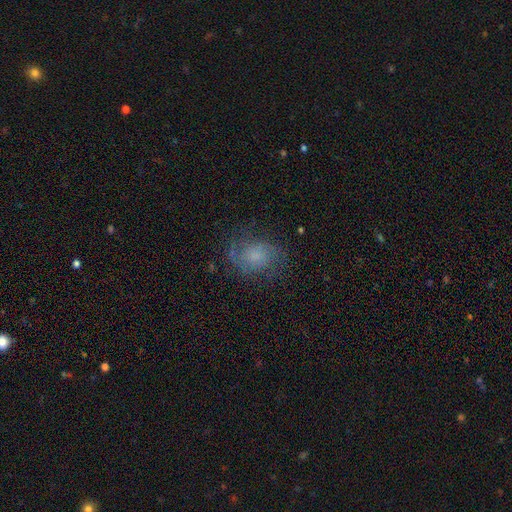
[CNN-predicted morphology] Smooth or featured?
  - featured or disk: 46% *
  - smooth: 41%
  - star or artifact: 13%
Merging?
  - none: 67% *
  - minor disturbance: 20%
  - major disturbance: 12%
  - merger: 1%